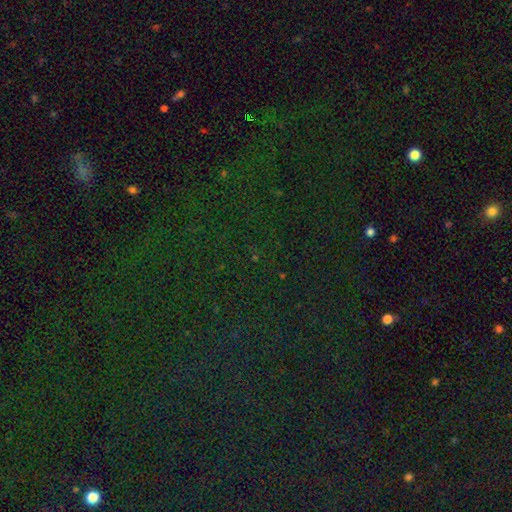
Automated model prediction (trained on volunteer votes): Overall: star or artifact (78%).